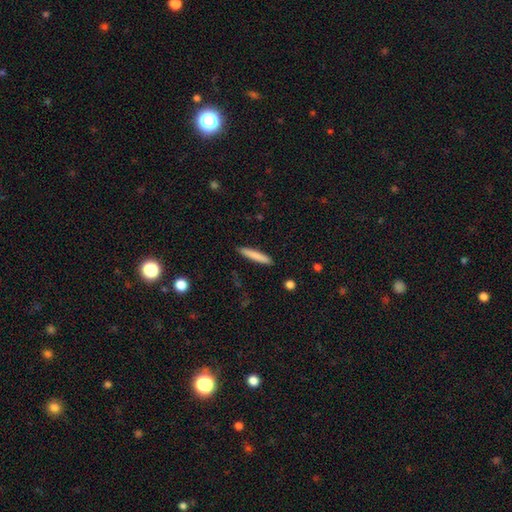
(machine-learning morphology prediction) smooth-or-featured: smooth: 80% | featured or disk: 14% | star or artifact: 6%
  how-rounded: cigar-shaped: 93% | in between: 5% | round: 1%
  merging: none: 89% | minor disturbance: 8% | major disturbance: 2% | merger: 1%